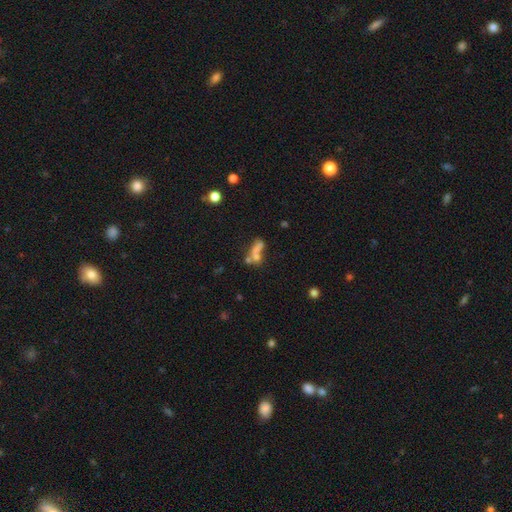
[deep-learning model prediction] Overall: smooth (53%; featured or disk 28%). How rounded: in between (48%; cigar-shaped 35%). Merging: merger (46%; none 29%).